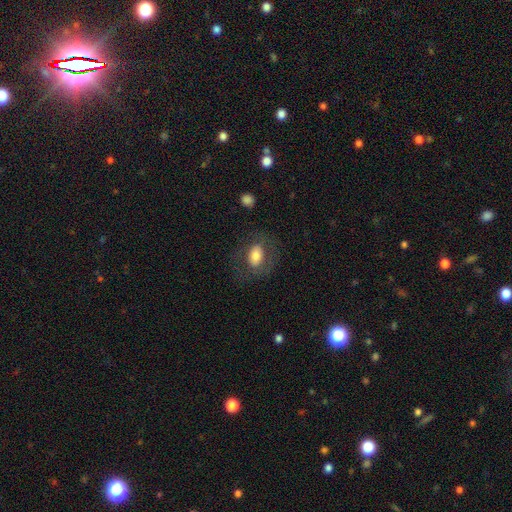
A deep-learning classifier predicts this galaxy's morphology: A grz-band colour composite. It shows a smooth galaxy with no disk features (66%) that is in between round and cigar-shaped (77%). Merging: none (71%).